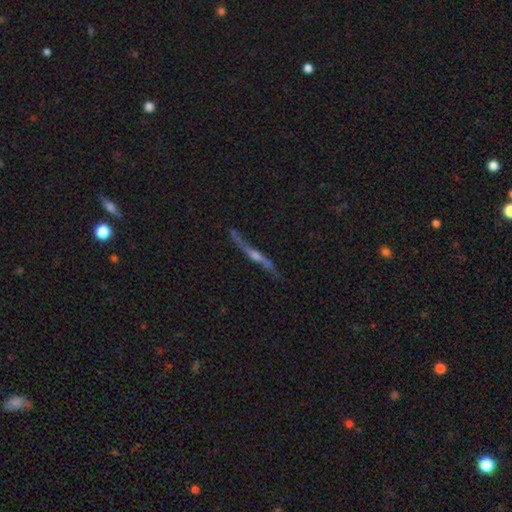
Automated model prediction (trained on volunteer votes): smooth-or-featured: featured or disk: 77% | smooth: 15% | star or artifact: 8%
  disk-edge-on: yes: 89% | no: 11%
    edge-on-bulge: rounded: 71% | none: 18% | boxy: 10%
  merging: none: 74% | minor disturbance: 18% | major disturbance: 5% | merger: 3%